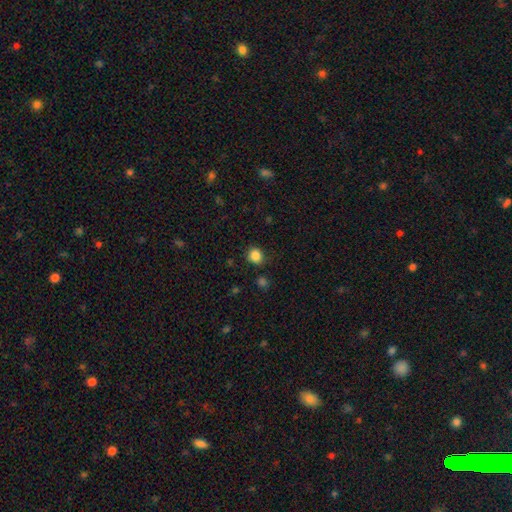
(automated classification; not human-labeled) The model was most divided on "how rounded": round: 85%, in between: 14%, cigar-shaped: 1%. More confident: smooth or featured — smooth (85%); merging — none (82%).